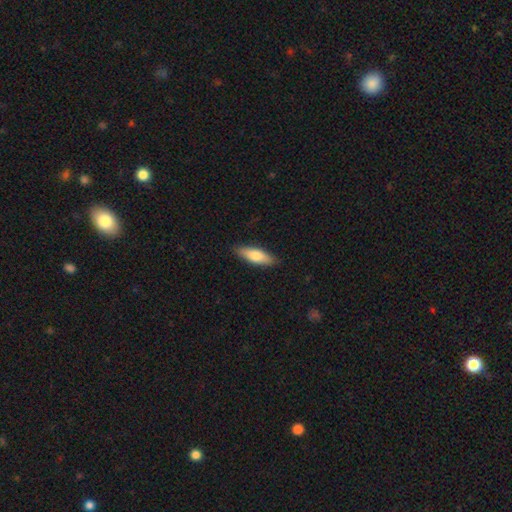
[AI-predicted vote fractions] Q: Smooth or featured?
A: smooth (73%); runner-up: featured or disk (22%)
Q: How rounded?
A: in between (50%); runner-up: cigar-shaped (47%)
Q: Merging?
A: none (88%); runner-up: minor disturbance (9%)